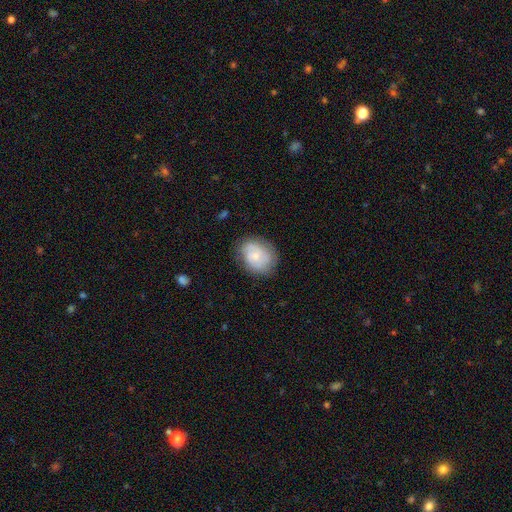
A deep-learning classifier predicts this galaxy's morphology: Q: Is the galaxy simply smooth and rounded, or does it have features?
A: smooth — 57%.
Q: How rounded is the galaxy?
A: in between — 52%.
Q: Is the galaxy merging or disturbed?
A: none — 72%.